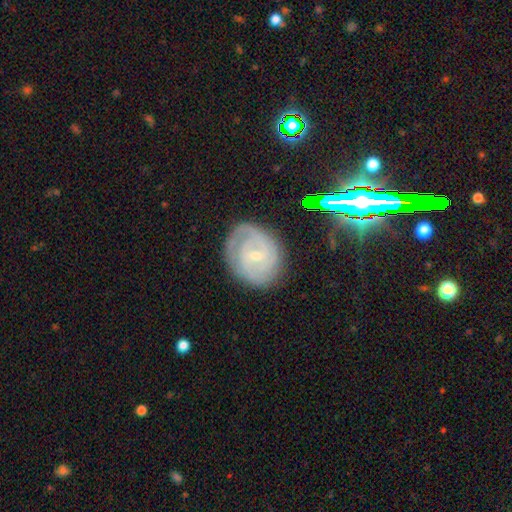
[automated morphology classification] featured or disk 77%, smooth 15%, star or artifact 8%. Down the decision tree: edge-on disk — no (97%); bar — weak (45%); spiral arms — yes (92%); spiral arm count — 2 (45%); spiral winding — tight (66%); bulge size — small (75%); merging — none (77%).